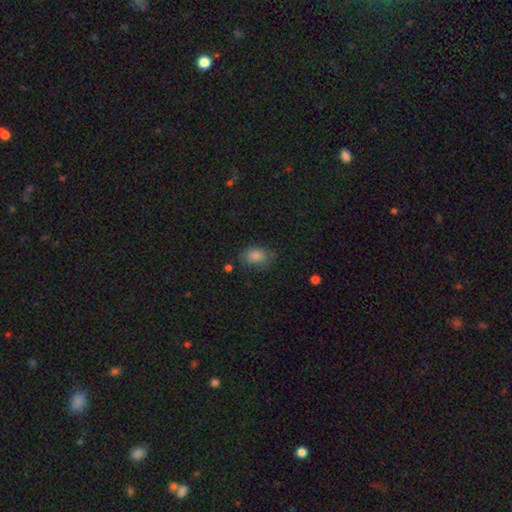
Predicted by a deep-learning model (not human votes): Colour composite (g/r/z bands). It shows a smooth galaxy with no disk features (79%) that is in between round and cigar-shaped (71%). Merging: none (68%).